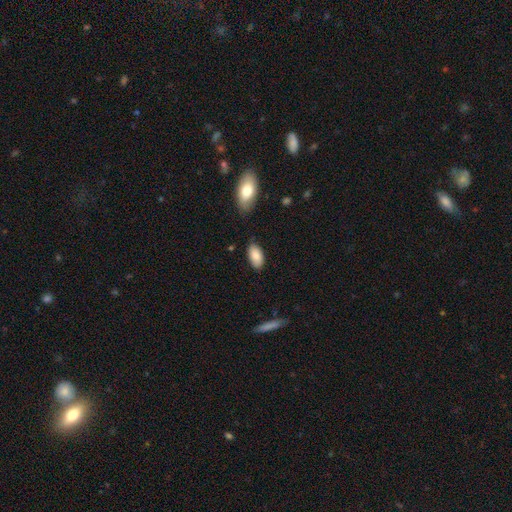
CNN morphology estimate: Smooth or featured: smooth — 85% (featured or disk — 8%)
How rounded: in between — 94% (cigar-shaped — 3%)
Merging: none — 78% (minor disturbance — 17%)